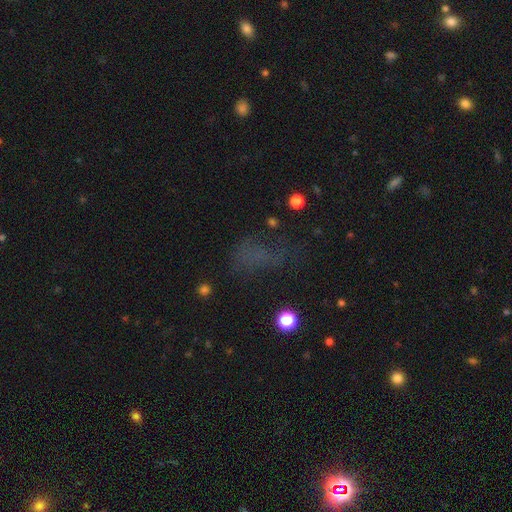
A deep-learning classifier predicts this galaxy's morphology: smooth_or_featured: smooth (p=0.46) [alt: star or artifact p=0.36]
merging: none (p=0.45) [alt: major disturbance p=0.29]